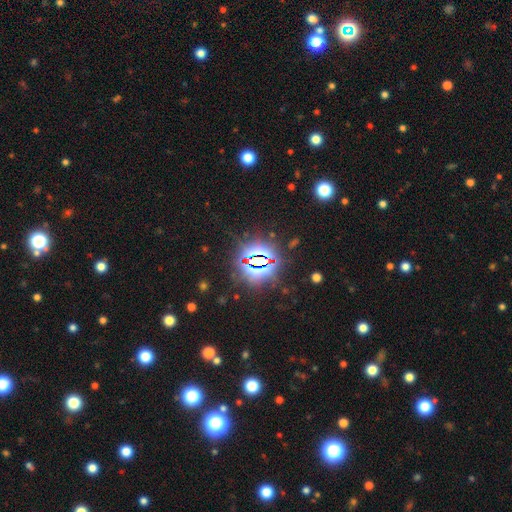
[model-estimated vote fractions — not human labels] The model was most divided on "smooth or featured": star or artifact: 82%, smooth: 11%, featured or disk: 7%.